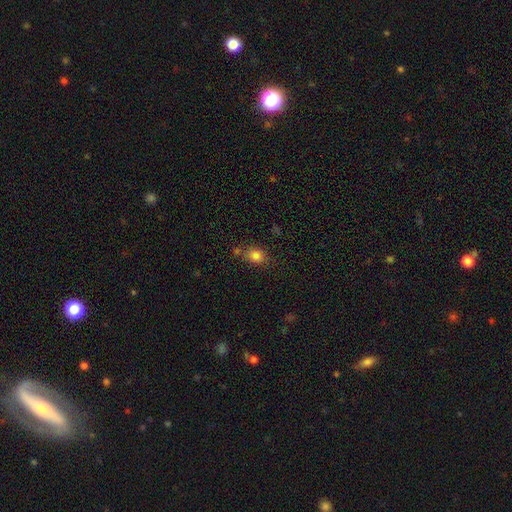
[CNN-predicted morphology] This is clearly a smooth galaxy (82%). How rounded: possibly in between (52%). Merging: likely none (64%).